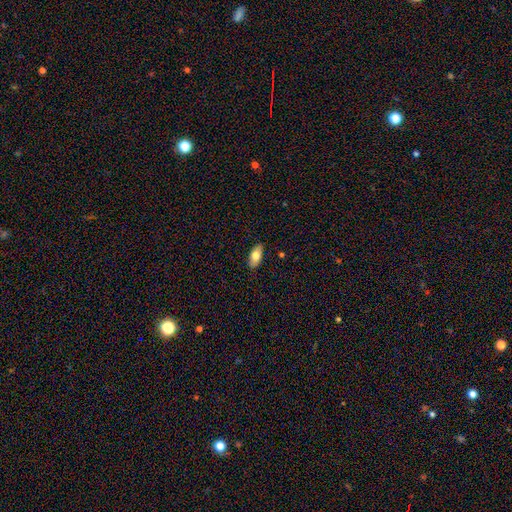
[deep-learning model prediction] This is likely a smooth galaxy (75%). How rounded: clearly in between (88%). Merging: clearly none (88%).